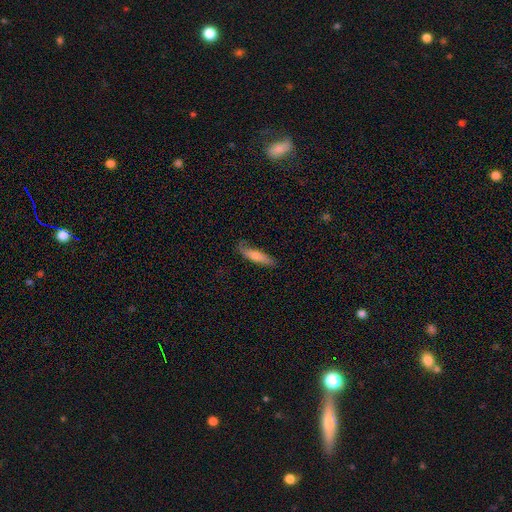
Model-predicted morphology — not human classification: Smooth or featured? smooth (68%)
How rounded? cigar-shaped (77%)
Merging? none (74%)